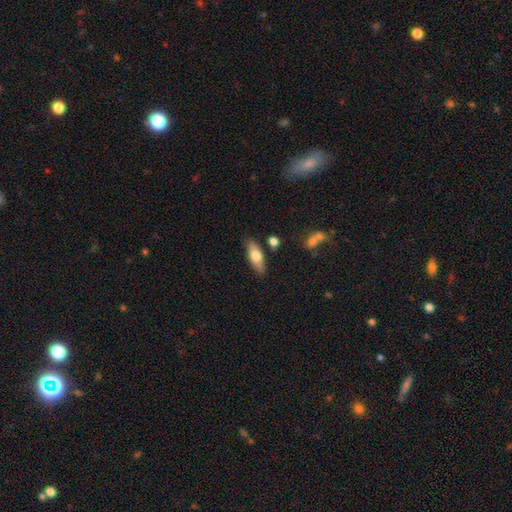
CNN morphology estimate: smooth 68%, featured or disk 26%, star or artifact 6%. Down the decision tree: how rounded — in between (66%); merging — none (83%).